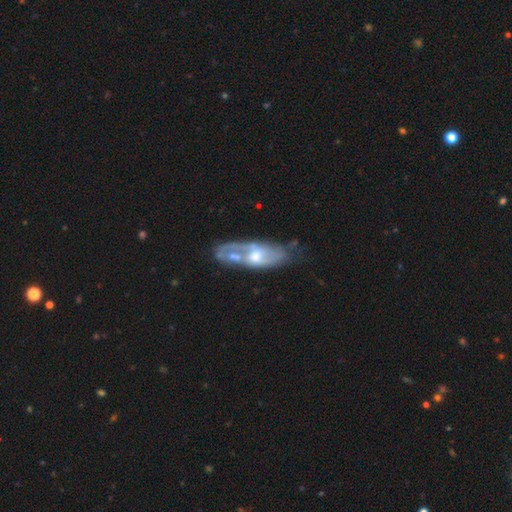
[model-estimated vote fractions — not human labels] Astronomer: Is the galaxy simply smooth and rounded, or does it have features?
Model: featured or disk — 73%.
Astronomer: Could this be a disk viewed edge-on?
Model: no — 85%.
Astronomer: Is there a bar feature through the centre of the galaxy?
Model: no — 64%.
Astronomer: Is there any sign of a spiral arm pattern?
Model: yes — 72%.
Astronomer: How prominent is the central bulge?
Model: moderate — 63%.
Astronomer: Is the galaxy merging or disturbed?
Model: none — 44% (runner-up: minor disturbance, 22%).